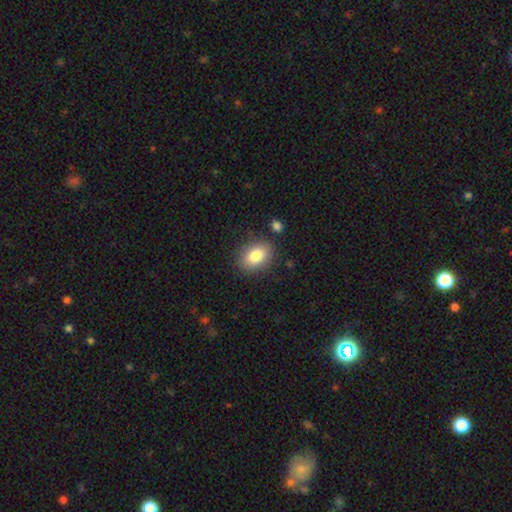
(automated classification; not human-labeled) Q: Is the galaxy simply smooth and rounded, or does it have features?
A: smooth — 83%.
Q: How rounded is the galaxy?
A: in between — 75%.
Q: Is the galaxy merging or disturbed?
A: none — 83%.